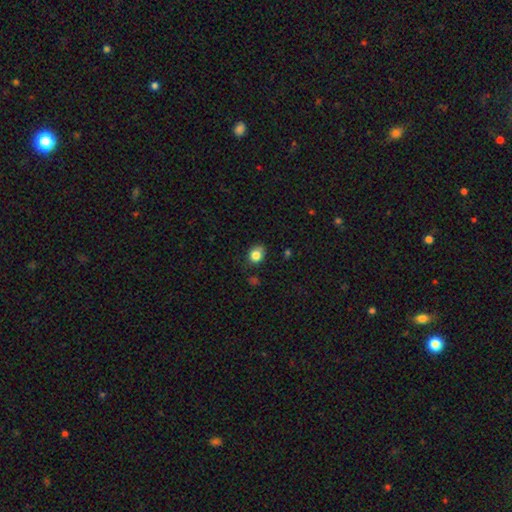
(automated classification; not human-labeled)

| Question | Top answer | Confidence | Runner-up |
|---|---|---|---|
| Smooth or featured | smooth | 83% | star or artifact (10%) |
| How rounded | round | 59% | in between (40%) |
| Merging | none | 72% | minor disturbance (21%) |